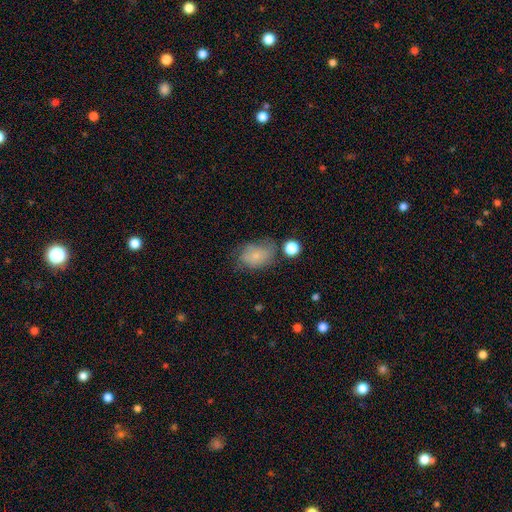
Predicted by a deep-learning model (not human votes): Overall: smooth (66%). How rounded: in between (74%). Merging: none (46%; minor disturbance 30%).